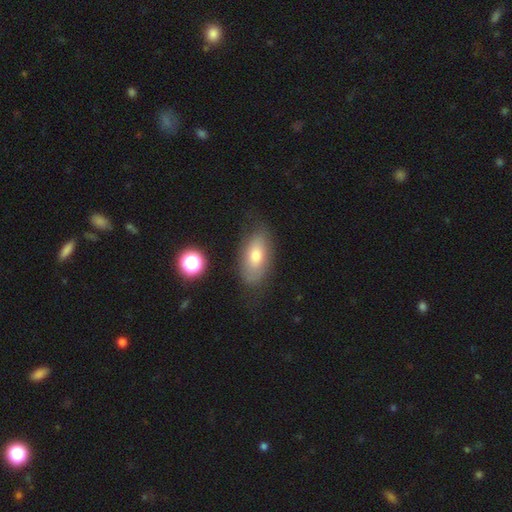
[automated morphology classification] smooth_or_featured: smooth (p=0.66) [alt: featured or disk p=0.26]
how_rounded: in between (p=0.90) [alt: cigar-shaped p=0.06]
merging: none (p=0.72) [alt: minor disturbance p=0.19]